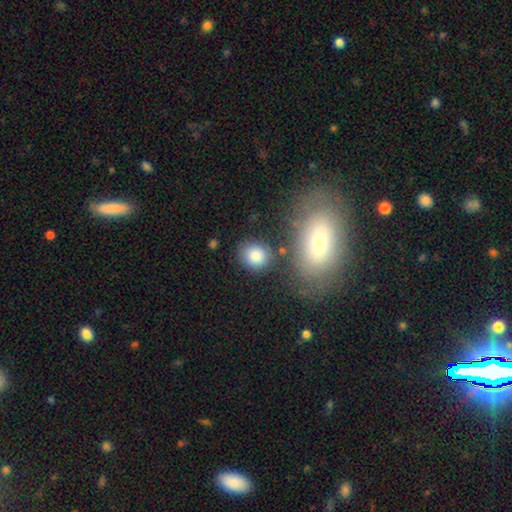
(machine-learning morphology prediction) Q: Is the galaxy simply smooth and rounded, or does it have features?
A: smooth — 86%.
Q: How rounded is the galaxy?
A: round — 71%.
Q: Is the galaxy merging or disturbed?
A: none — 75%.